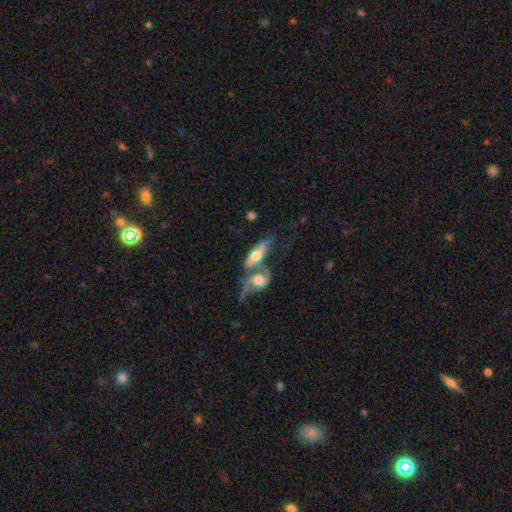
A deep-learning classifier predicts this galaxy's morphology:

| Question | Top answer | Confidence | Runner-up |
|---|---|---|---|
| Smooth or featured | featured or disk | 59% | smooth (35%) |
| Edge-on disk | no | 60% | yes (40%) |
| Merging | merger | 71% | none (14%) |